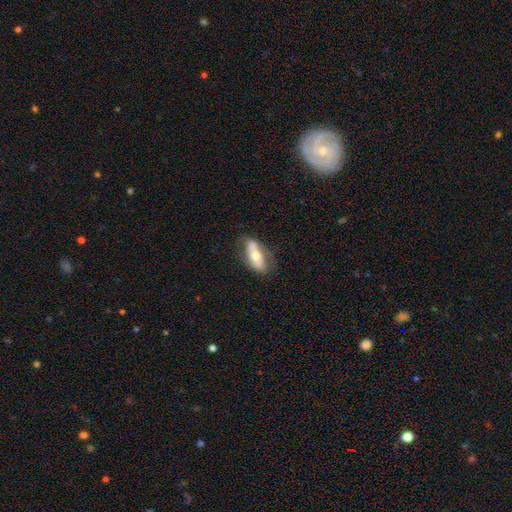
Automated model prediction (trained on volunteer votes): Smooth or featured?
  - smooth: 51% *
  - featured or disk: 43%
  - star or artifact: 6%
How rounded?
  - in between: 77% *
  - cigar-shaped: 20%
  - round: 4%
Merging?
  - none: 66% *
  - minor disturbance: 22%
  - major disturbance: 7%
  - merger: 5%